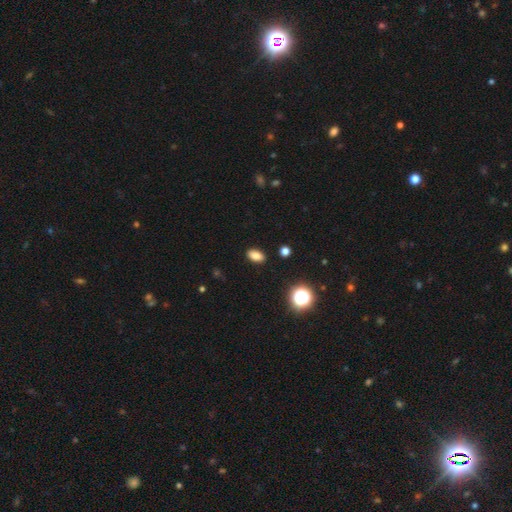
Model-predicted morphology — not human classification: Smooth or featured? smooth (82%)
How rounded? in between (88%)
Merging? none (89%)